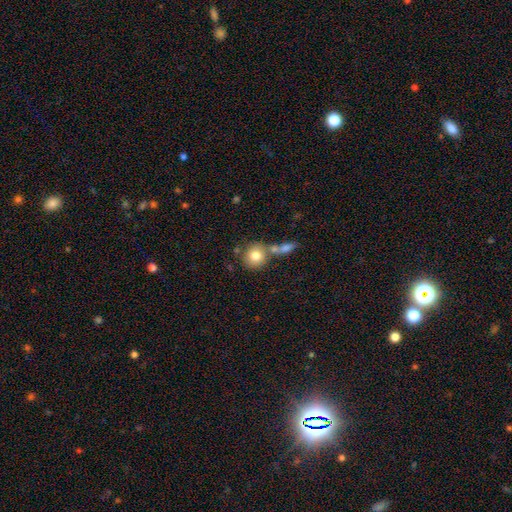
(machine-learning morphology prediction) This is likely a smooth galaxy (78%). How rounded: clearly round (89%). Merging: possibly none (58%).